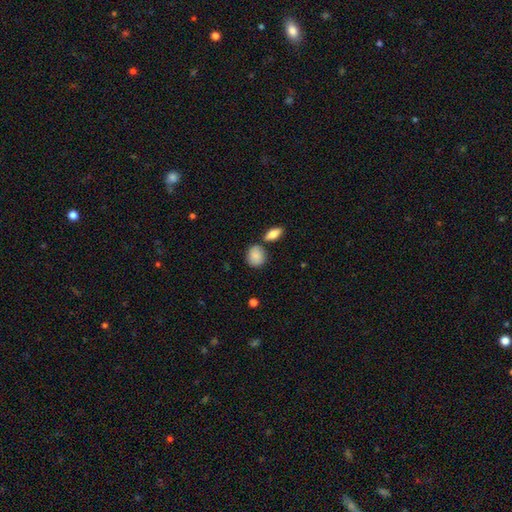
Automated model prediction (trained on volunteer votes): Morphology: type=smooth (86%); roundness=round (61%); merging=none (71%).